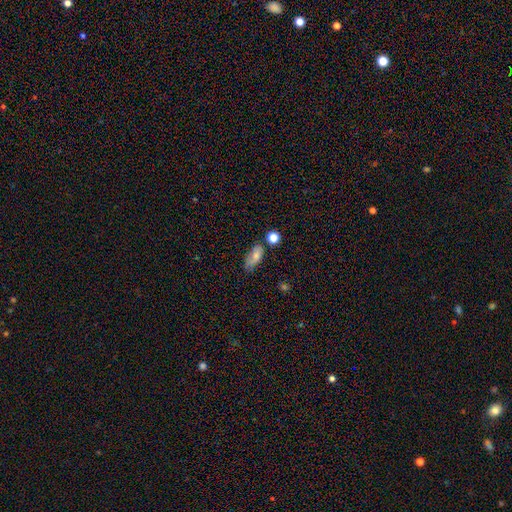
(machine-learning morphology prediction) This appears to be a smooth galaxy with no disk features (71%) that is in between round and cigar-shaped (82%). Merging: none (52%).